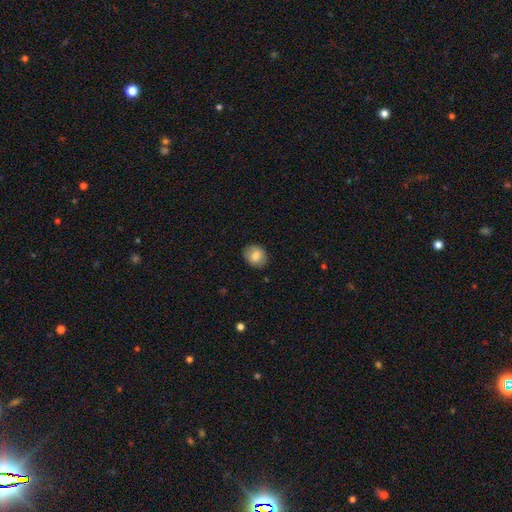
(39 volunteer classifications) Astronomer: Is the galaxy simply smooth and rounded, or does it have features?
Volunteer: smooth — 87%.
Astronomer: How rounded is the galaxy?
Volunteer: in between — 56% (runner-up: round, 44%).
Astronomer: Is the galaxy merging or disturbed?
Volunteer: none — 86%.